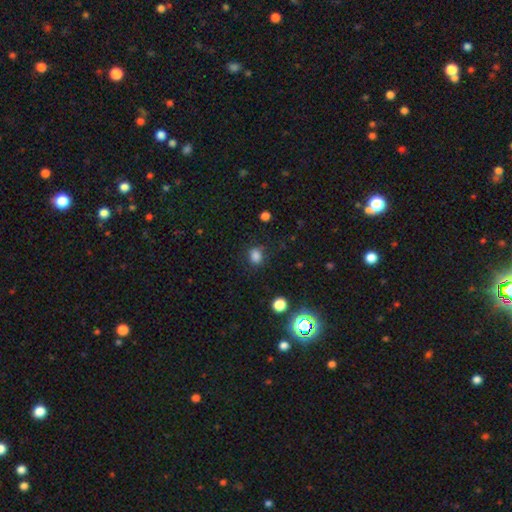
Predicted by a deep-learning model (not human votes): Smooth or featured? Predicted: smooth (p=0.83). How rounded? Predicted: round (p=0.51). Merging? Predicted: none (p=0.79).